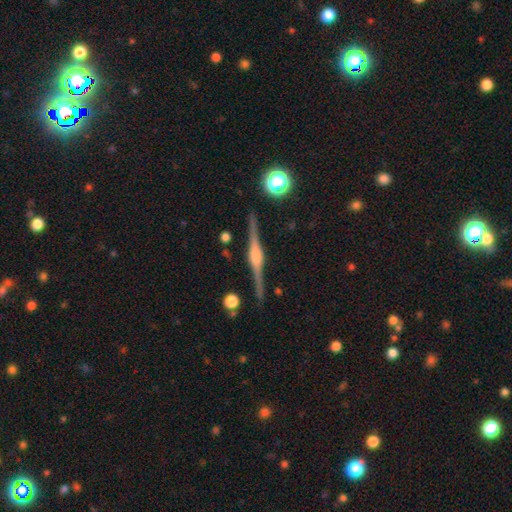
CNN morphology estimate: The model was most divided on "edge-on bulge": rounded: 77%, boxy: 20%, none: 3%. More confident: edge-on disk — yes (98%); merging — none (90%); smooth or featured — featured or disk (87%).